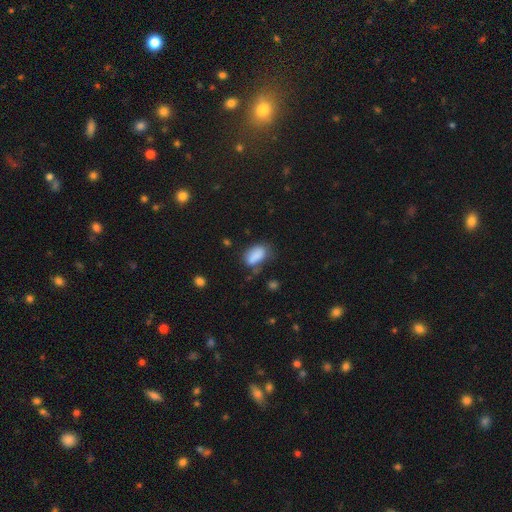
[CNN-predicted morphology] type=smooth (85%); roundness=in between (91%); merging=none (58%).